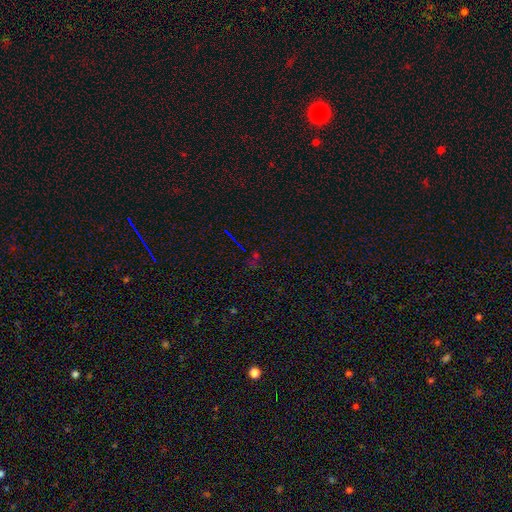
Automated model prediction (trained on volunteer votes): The model was most divided on "smooth or featured": star or artifact: 67%, smooth: 22%, featured or disk: 11%.